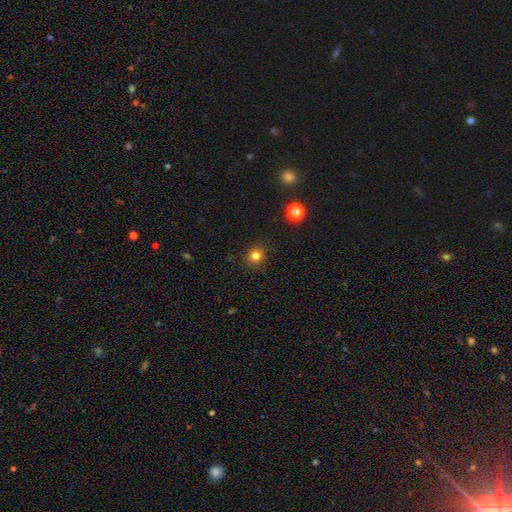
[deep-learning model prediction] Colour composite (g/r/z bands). It shows a smooth galaxy with no disk features (82%) that is round (87%). Merging: none (88%).